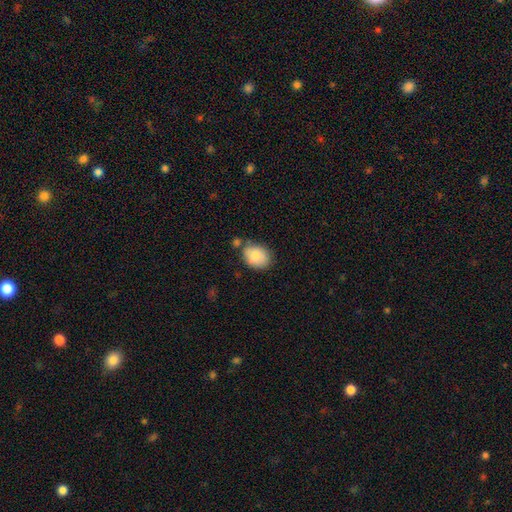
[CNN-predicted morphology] The model was most divided on "how rounded": in between: 67%, round: 32%, cigar-shaped: 1%. More confident: smooth or featured — smooth (85%); merging — none (63%).